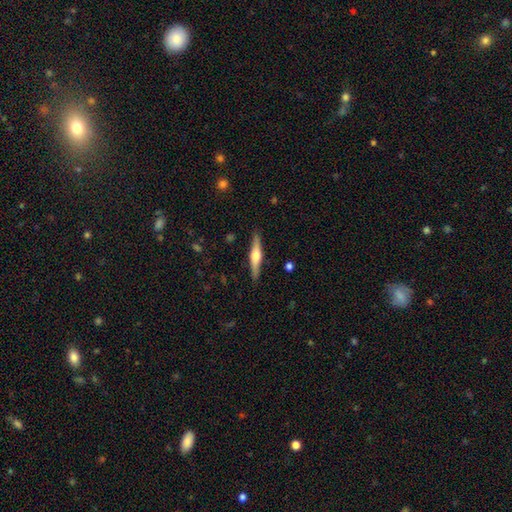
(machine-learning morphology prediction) featured or disk 61%, smooth 33%, star or artifact 5%. Down the decision tree: edge-on disk — yes (97%); edge-on bulge — rounded (89%); merging — none (89%).